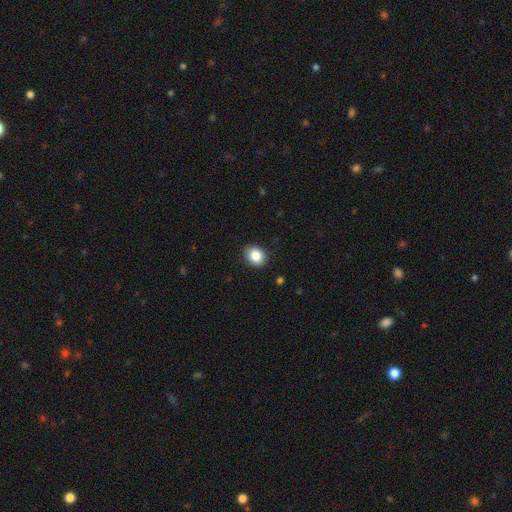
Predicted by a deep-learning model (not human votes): A smooth galaxy with no disk features (85%) that is round (50%). Merging: none (88%).